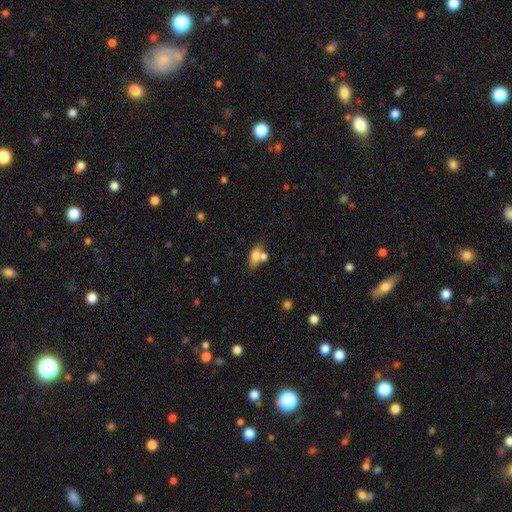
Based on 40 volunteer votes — A smooth galaxy with no disk features (72%) that is in between round and cigar-shaped (76%).

Vote fractions:
- Smooth or featured? smooth: 72% / featured or disk: 20% / star or artifact: 8%
- How rounded? in between: 76% / cigar-shaped: 17% / round: 7%
- Merging? merger: 46% / none: 38% / minor disturbance: 11% / major disturbance: 5%